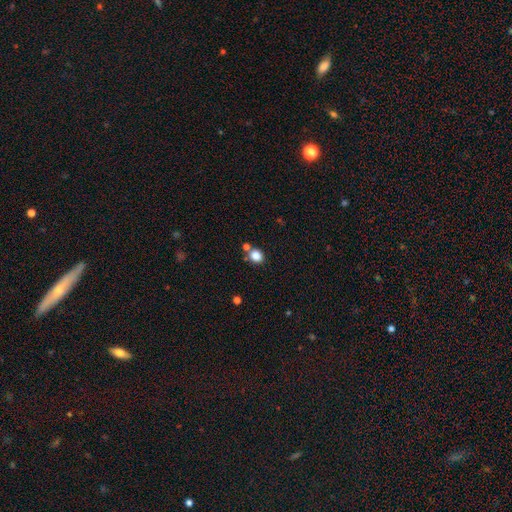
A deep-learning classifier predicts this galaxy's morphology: smooth 84%, star or artifact 11%, featured or disk 5%. Down the decision tree: how rounded — round (64%); merging — none (68%).